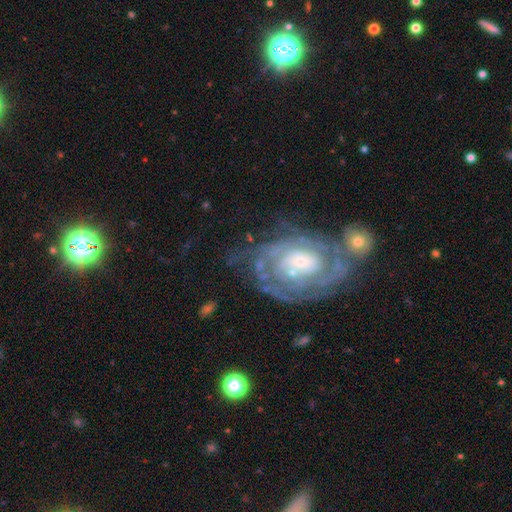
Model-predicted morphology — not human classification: This is clearly a featured or disk galaxy (85%). It is clearly not viewed edge-on (96%). Bar: possibly no (53%). Spiral arm pattern: clearly yes (94%). Spiral arm count: possibly 2 (47%). Spiral winding: likely tight (69%). Central bulge: possibly moderate (50%). Merging: possibly none (54%).